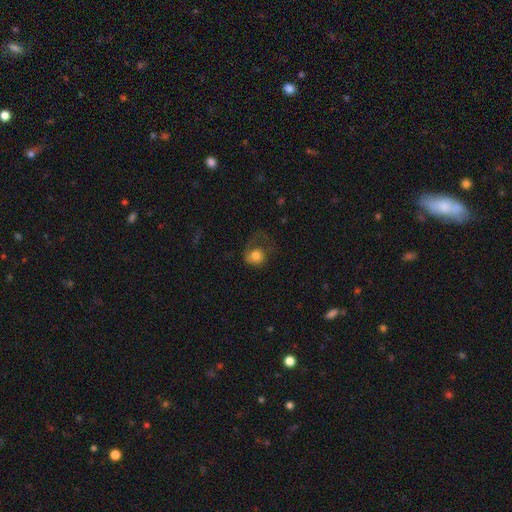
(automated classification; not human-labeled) This appears to be a smooth galaxy with no disk features (69%) that is round (71%). Merging: major disturbance (48%).